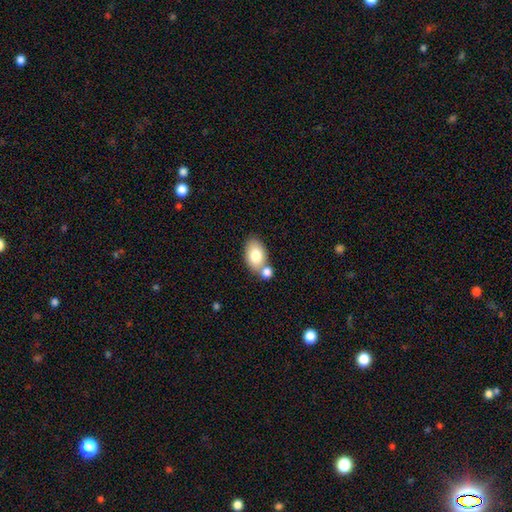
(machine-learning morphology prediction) This is likely a smooth galaxy (78%). How rounded: clearly in between (88%). Merging: possibly none (49%).